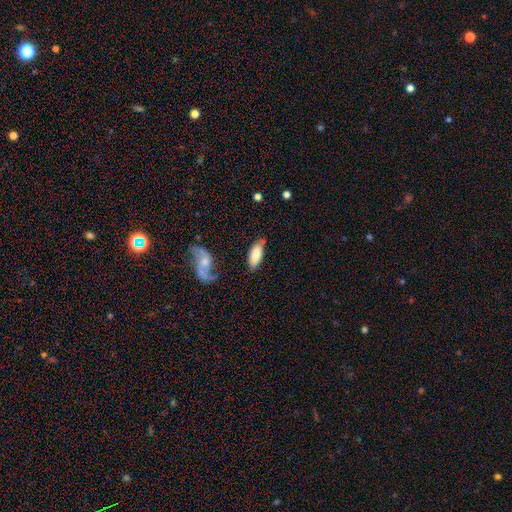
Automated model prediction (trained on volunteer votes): smooth-or-featured: smooth: 78% | featured or disk: 16% | star or artifact: 6%
  how-rounded: in between: 83% | cigar-shaped: 15% | round: 2%
  merging: none: 68% | minor disturbance: 19% | merger: 7% | major disturbance: 6%